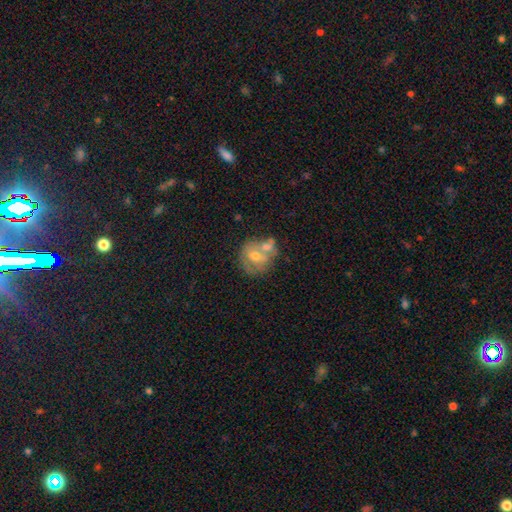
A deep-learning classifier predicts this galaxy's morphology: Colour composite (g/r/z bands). It shows a smooth galaxy with no disk features (49%). Merging: merger (49%).